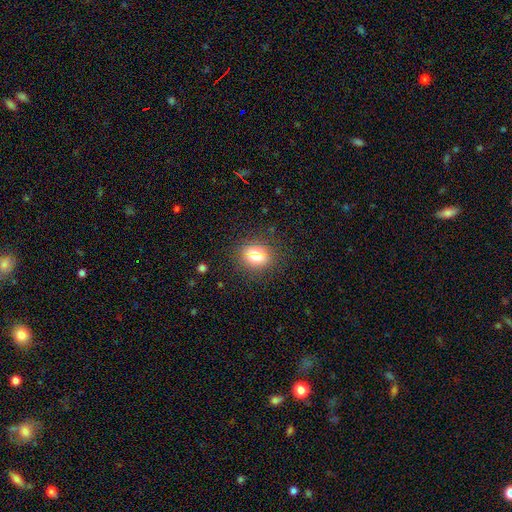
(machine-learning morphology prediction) type=smooth (69%); roundness=round (71%); merging=none (87%).